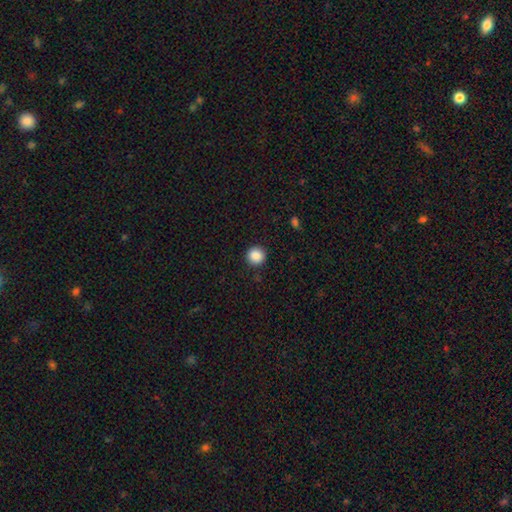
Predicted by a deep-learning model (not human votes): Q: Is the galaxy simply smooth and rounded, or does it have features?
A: smooth — 87%.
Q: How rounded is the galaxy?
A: round — 94%.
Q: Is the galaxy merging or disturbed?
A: none — 91%.